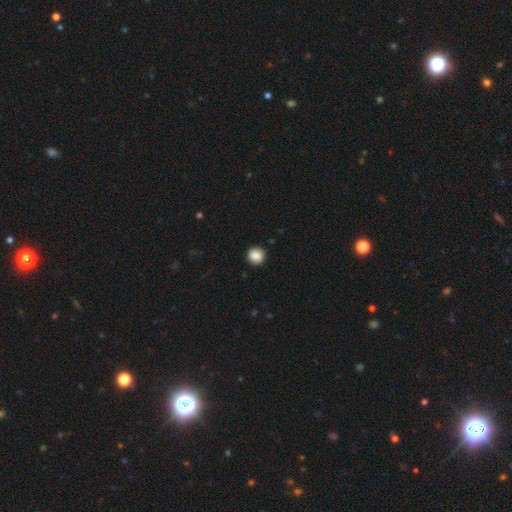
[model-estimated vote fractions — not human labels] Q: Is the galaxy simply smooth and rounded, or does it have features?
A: smooth — 85%.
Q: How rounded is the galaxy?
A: round — 90%.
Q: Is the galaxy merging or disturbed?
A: none — 90%.